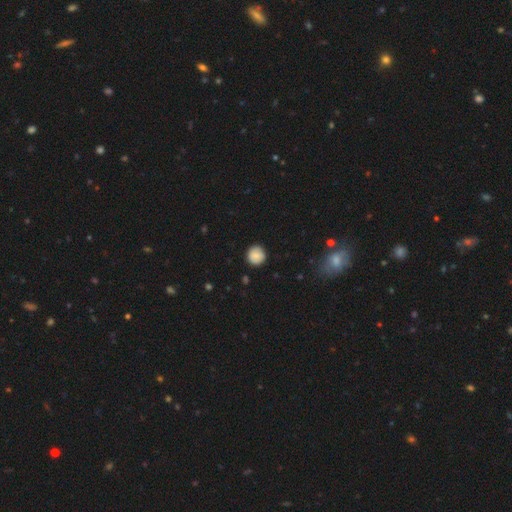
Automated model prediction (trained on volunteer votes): This is clearly a smooth galaxy (83%). How rounded: clearly round (92%). Merging: clearly none (86%).